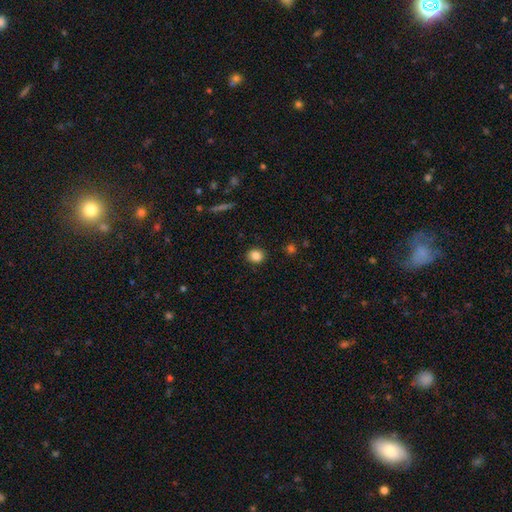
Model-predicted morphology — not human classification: Smooth or featured?
  - smooth: 86% *
  - star or artifact: 10%
  - featured or disk: 5%
How rounded?
  - round: 72% *
  - in between: 27%
  - cigar-shaped: 1%
Merging?
  - none: 89% *
  - minor disturbance: 8%
  - major disturbance: 2%
  - merger: 1%